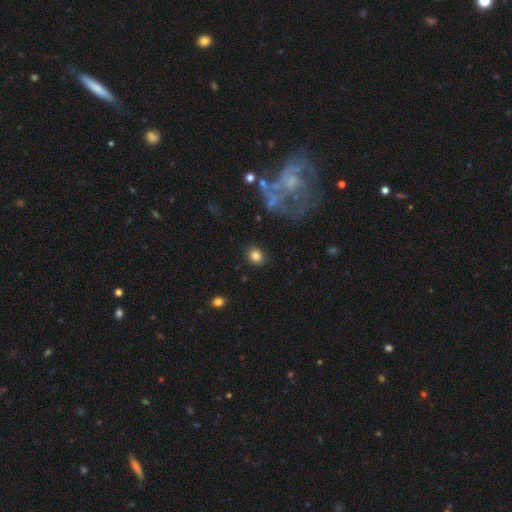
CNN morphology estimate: This is clearly a smooth galaxy (82%). How rounded: likely round (72%). Merging: clearly none (86%).